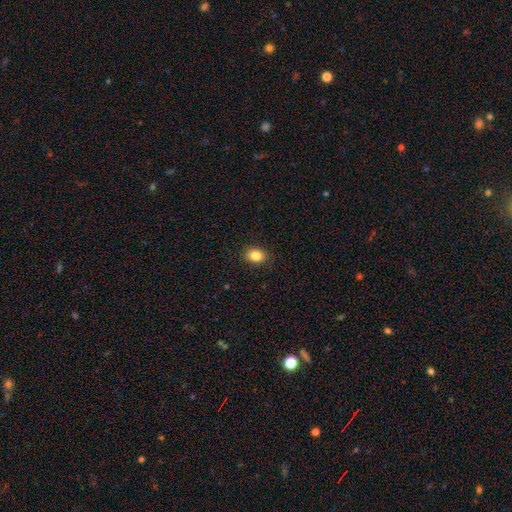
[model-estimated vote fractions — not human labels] Overall: smooth (85%). How rounded: in between (56%; round 43%). Merging: none (90%).